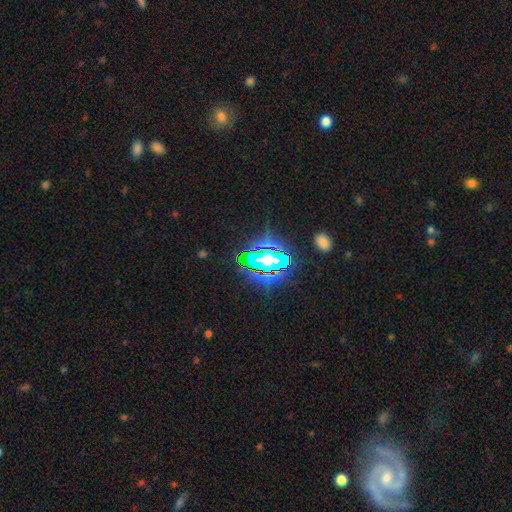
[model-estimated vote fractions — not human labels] A star or artifact, not a galaxy (80%).

Vote fractions:
- Smooth or featured? star or artifact: 80% / smooth: 11% / featured or disk: 9%